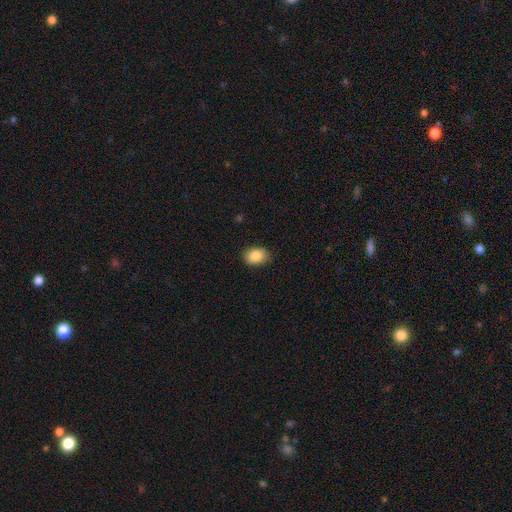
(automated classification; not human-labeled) smooth 86%, star or artifact 8%, featured or disk 6%. Down the decision tree: how rounded — in between (71%); merging — none (80%).